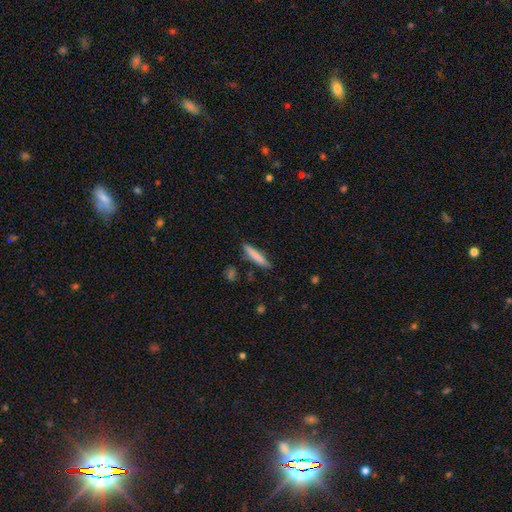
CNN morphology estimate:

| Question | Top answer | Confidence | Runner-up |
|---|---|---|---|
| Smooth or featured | smooth | 77% | featured or disk (17%) |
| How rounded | cigar-shaped | 89% | in between (10%) |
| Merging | none | 82% | minor disturbance (12%) |